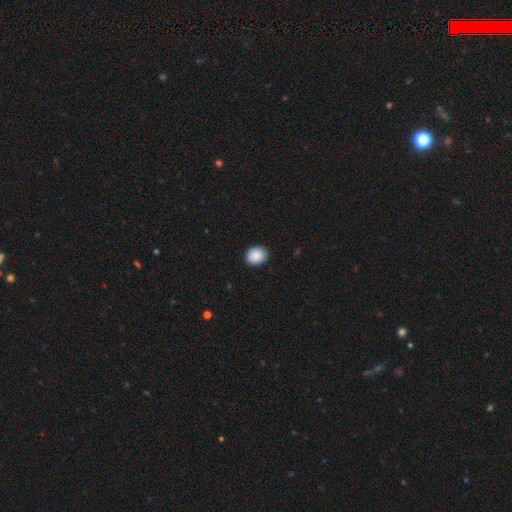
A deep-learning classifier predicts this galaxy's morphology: type=smooth (88%); roundness=round (54%); merging=none (88%).